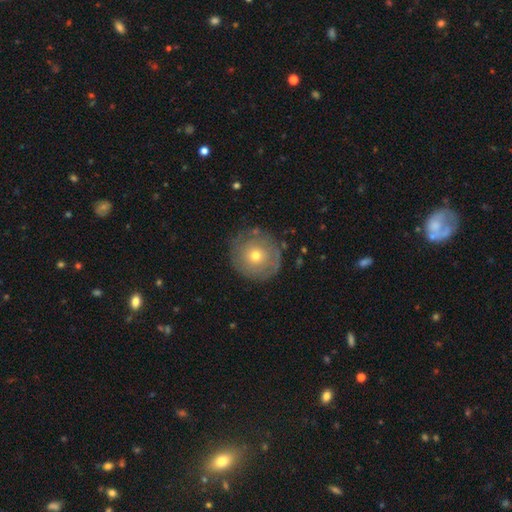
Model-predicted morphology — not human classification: smooth-or-featured: smooth: 48% | featured or disk: 43% | star or artifact: 8%
  merging: none: 80% | minor disturbance: 13% | major disturbance: 5% | merger: 2%